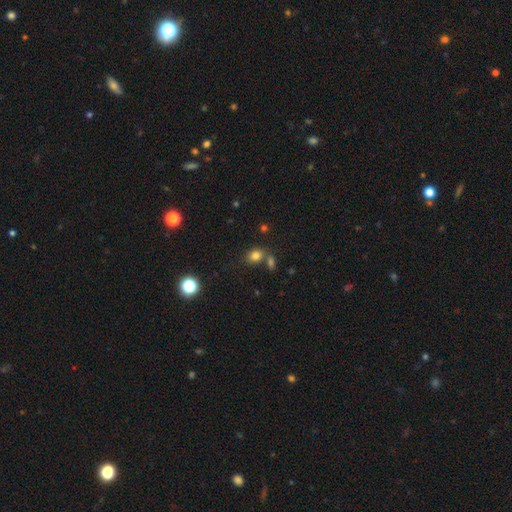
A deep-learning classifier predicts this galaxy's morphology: type=smooth (79%); roundness=in between (66%); merging=none (62%).